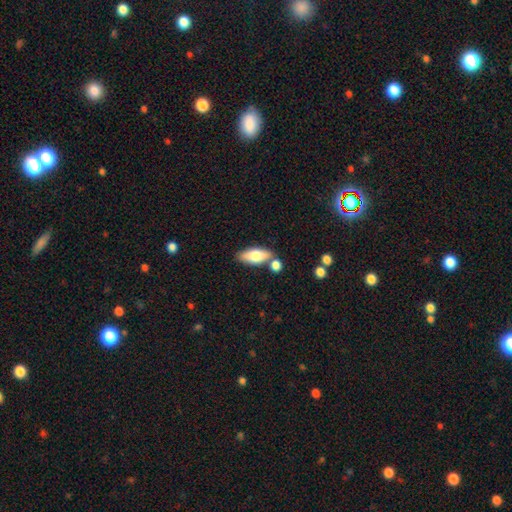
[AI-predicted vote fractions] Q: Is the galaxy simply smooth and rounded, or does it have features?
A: smooth — 72%.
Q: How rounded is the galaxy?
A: in between — 79%.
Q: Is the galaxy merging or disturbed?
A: none — 70%.